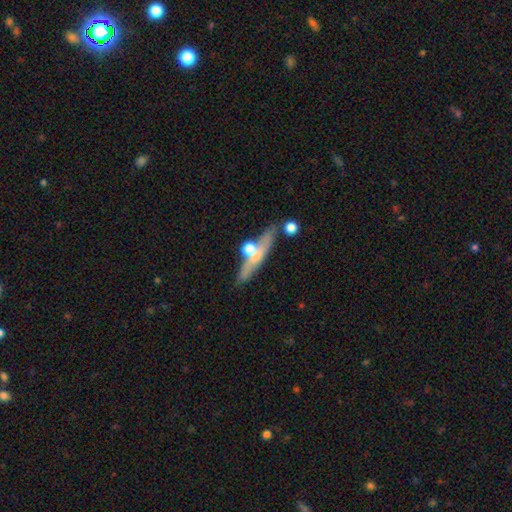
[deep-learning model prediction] This appears to be a featured or disk galaxy (58%) viewed edge-on (84%). Merging: none (69%).